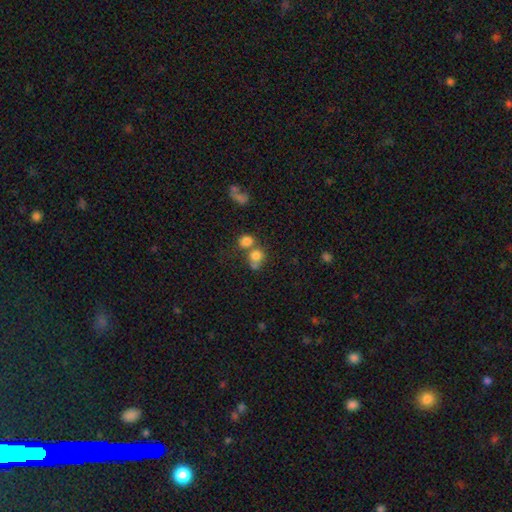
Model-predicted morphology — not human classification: Overall: smooth (76%). How rounded: round (76%). Merging: merger (45%; none 40%).